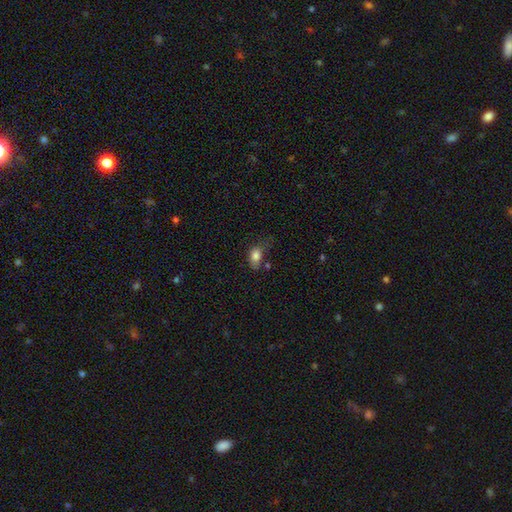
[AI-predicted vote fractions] A smooth galaxy with no disk features (81%) that is in between round and cigar-shaped (81%). Merging: none (43%).